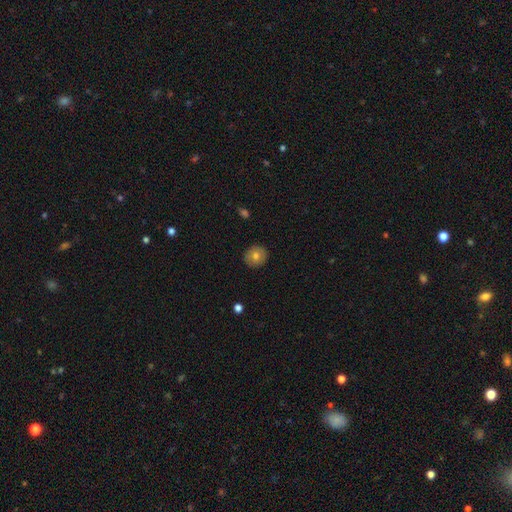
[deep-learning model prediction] Smooth or featured?
  - smooth: 73% *
  - featured or disk: 18%
  - star or artifact: 8%
How rounded?
  - round: 88% *
  - in between: 11%
  - cigar-shaped: 1%
Merging?
  - none: 90% *
  - minor disturbance: 7%
  - major disturbance: 2%
  - merger: 1%